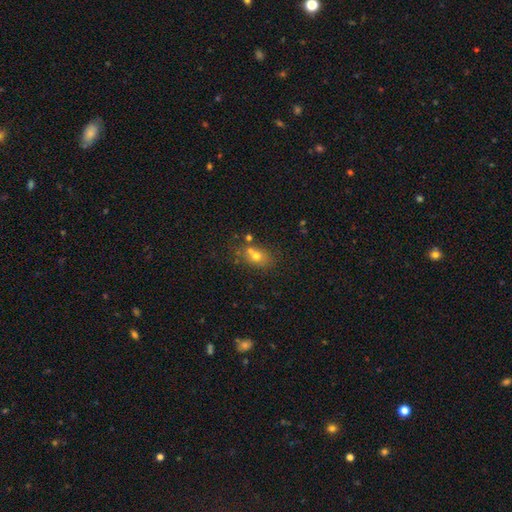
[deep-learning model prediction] smooth 65%, featured or disk 19%, star or artifact 16%. Down the decision tree: how rounded — in between (54%); merging — none (48%).